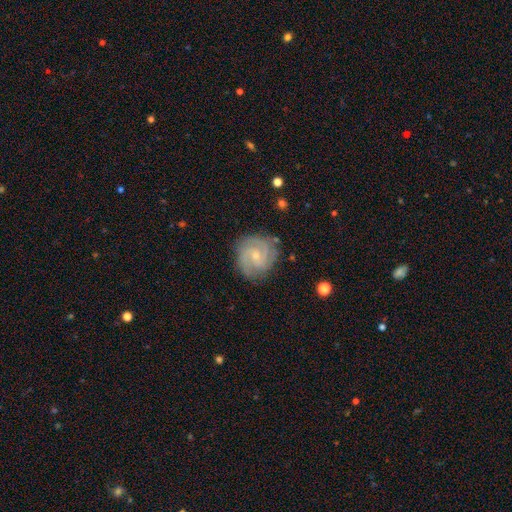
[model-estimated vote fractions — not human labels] A featured or disk galaxy (84%) with no bar (57%), 2 (43%) tight (57%) spiral arms (97%) and a small central bulge (76%). Merging: none (81%).